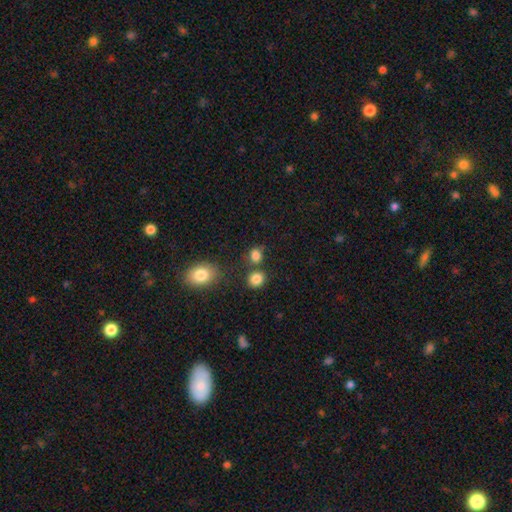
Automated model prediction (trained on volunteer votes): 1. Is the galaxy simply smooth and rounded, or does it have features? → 83% smooth, 12% star or artifact, 5% featured or disk.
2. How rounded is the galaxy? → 60% round, 39% in between, 1% cigar-shaped.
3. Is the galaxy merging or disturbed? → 65% none, 17% merger, 13% minor disturbance, 5% major disturbance.